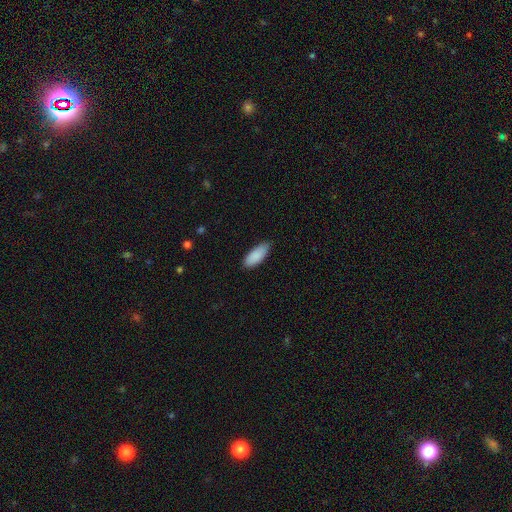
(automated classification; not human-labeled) smooth 89%, star or artifact 6%, featured or disk 5%. Down the decision tree: how rounded — in between (79%); merging — none (79%).